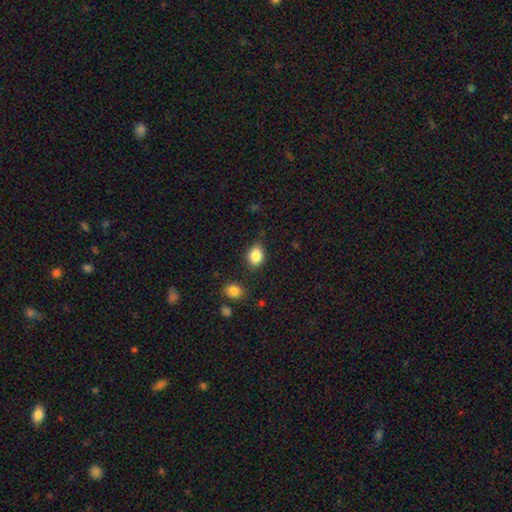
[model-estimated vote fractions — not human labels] Morphology: type=smooth (85%); roundness=in between (60%); merging=none (75%).